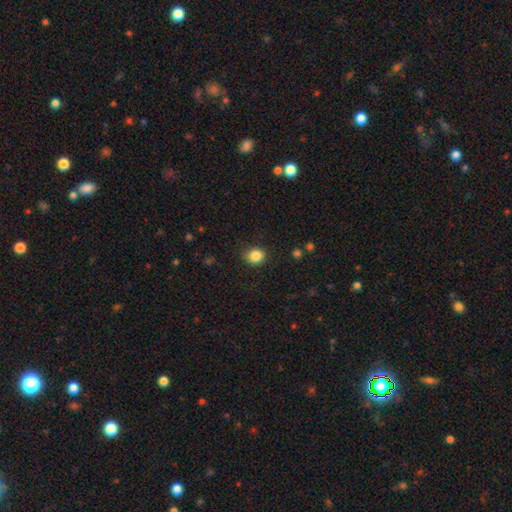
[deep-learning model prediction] smooth_or_featured: smooth (p=0.85) [alt: star or artifact p=0.11]
how_rounded: round (p=0.83) [alt: in between p=0.17]
merging: none (p=0.85) [alt: minor disturbance p=0.11]